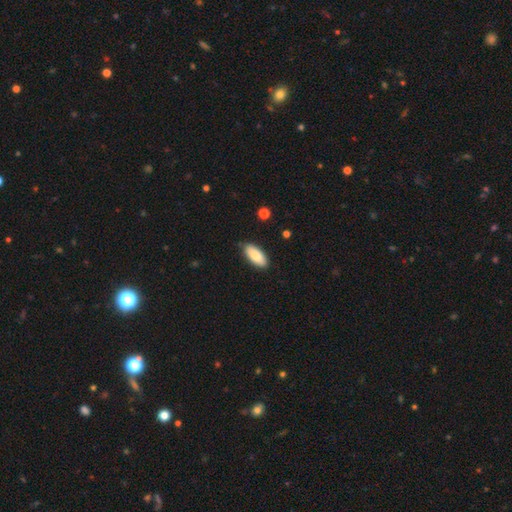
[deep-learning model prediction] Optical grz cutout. It shows a smooth galaxy with no disk features (83%) that is in between round and cigar-shaped (88%). Merging: none (86%).